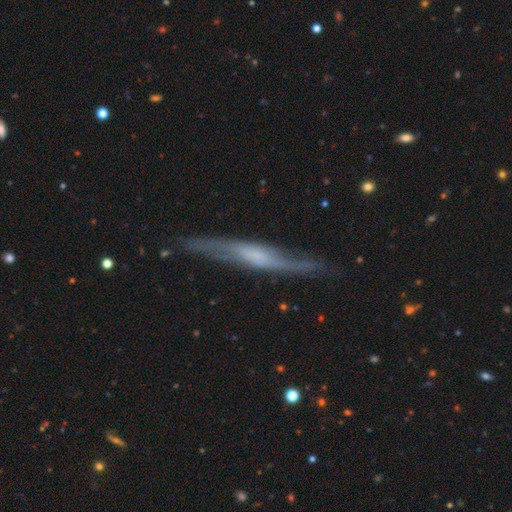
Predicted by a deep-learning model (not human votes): This is likely a featured or disk galaxy (71%). It is likely viewed edge-on (80%). Edge-on bulge: possibly none (46%). Merging: likely none (76%).